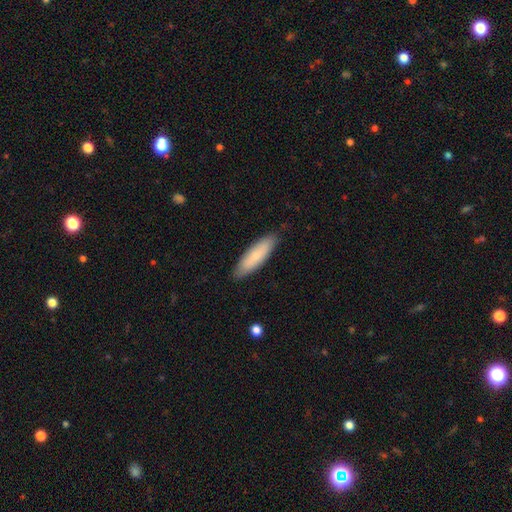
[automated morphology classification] Smooth or featured: smooth — 78% (featured or disk — 16%)
How rounded: cigar-shaped — 60% (in between — 39%)
Merging: none — 86% (minor disturbance — 11%)